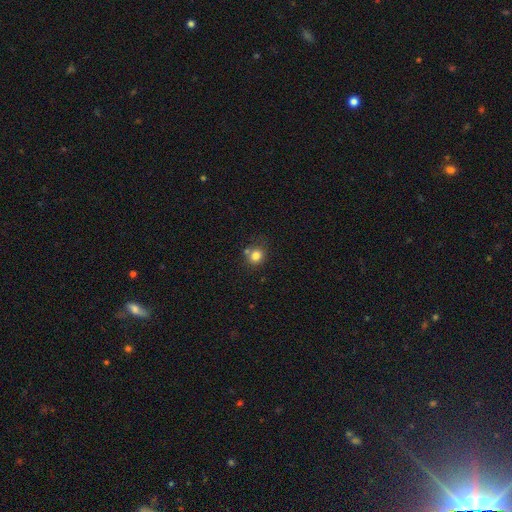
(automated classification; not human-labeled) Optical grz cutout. It shows a smooth galaxy with no disk features (81%) that is round (77%). Merging: none (64%).